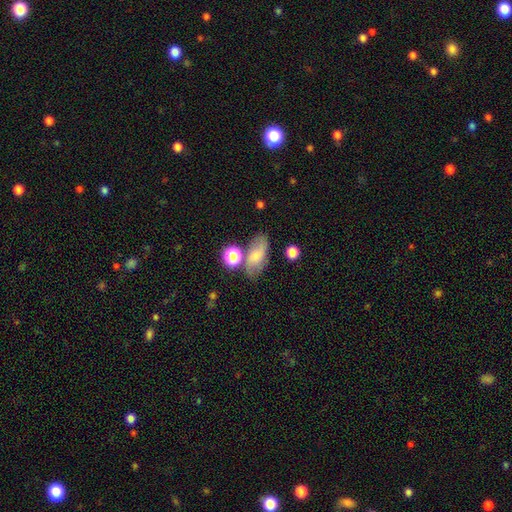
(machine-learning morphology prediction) Smooth or featured: smooth — 63% (featured or disk — 27%)
How rounded: in between — 81% (round — 11%)
Merging: none — 59% (minor disturbance — 20%)